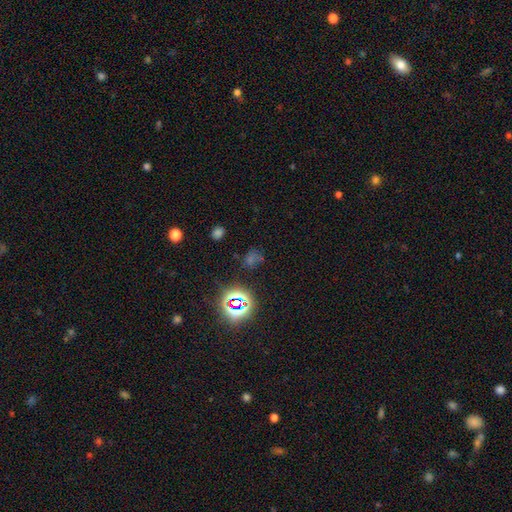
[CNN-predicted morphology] star or artifact 62%, smooth 29%, featured or disk 9%.